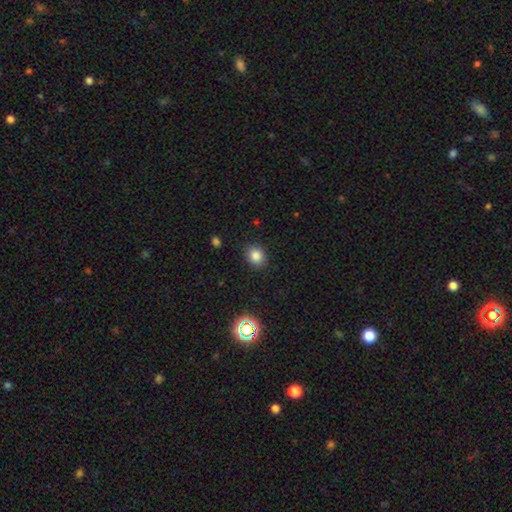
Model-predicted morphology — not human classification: type=smooth (83%); roundness=round (64%); merging=none (89%).